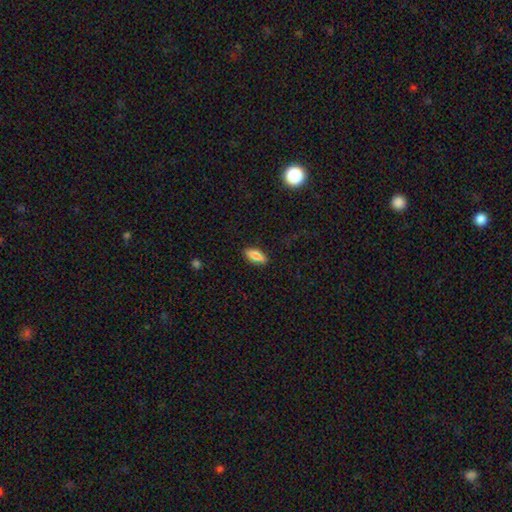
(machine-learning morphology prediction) Smooth or featured? smooth (75%)
How rounded? in between (75%)
Merging? none (86%)